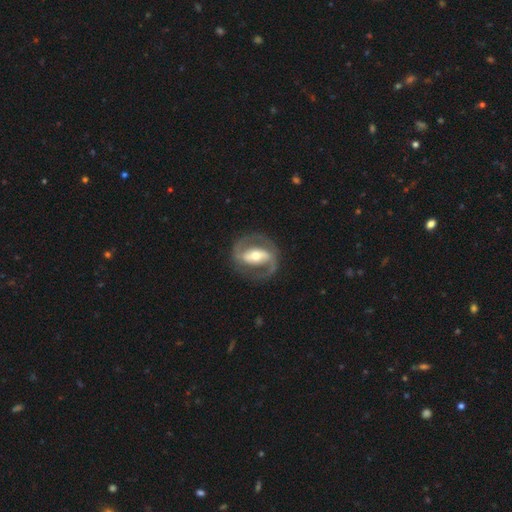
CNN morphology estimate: Smooth or featured?
  - featured or disk: 87% *
  - smooth: 9%
  - star or artifact: 4%
Edge-on disk?
  - no: 97% *
  - yes: 3%
Bar?
  - strong: 57% *
  - weak: 27%
  - no: 16%
Spiral arms?
  - yes: 89% *
  - no: 11%
Spiral winding?
  - medium: 53% *
  - tight: 30%
  - loose: 17%
Spiral arm count?
  - 2: 91% *
  - can't tell: 3%
  - 1: 3%
  - 3: 1%
  - 4: 1%
  - more than 4: 1%
Bulge size?
  - moderate: 66% *
  - small: 23%
  - large: 9%
  - dominant: 1%
  - none: 1%
Merging?
  - none: 82% *
  - minor disturbance: 10%
  - major disturbance: 7%
  - merger: 1%